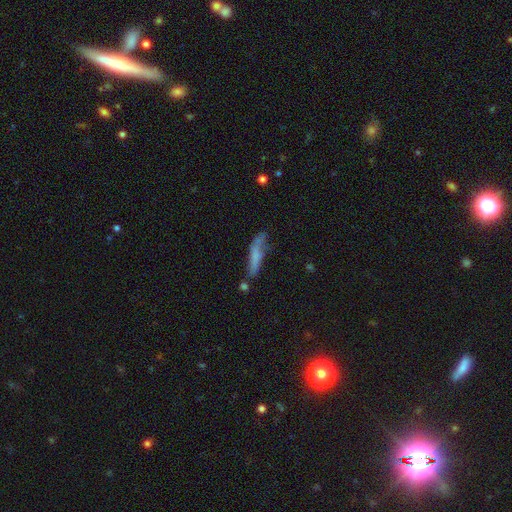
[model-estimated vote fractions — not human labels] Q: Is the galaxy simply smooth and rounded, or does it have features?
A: smooth — 59%.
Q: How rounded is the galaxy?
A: cigar-shaped — 77%.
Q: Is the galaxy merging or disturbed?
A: none — 44%.